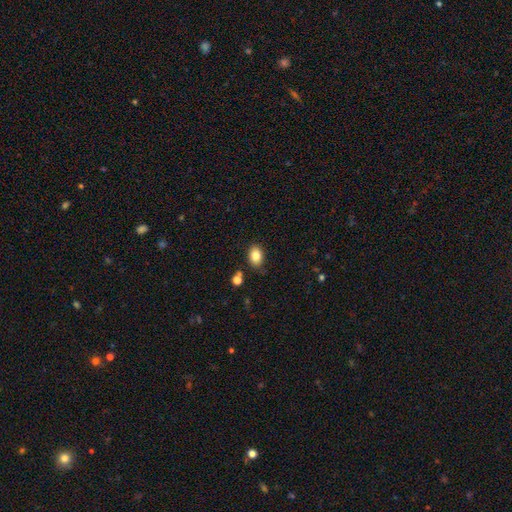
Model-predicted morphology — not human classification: smooth-or-featured: smooth: 84% | star or artifact: 9% | featured or disk: 7%
  how-rounded: in between: 80% | round: 19% | cigar-shaped: 1%
  merging: none: 81% | minor disturbance: 13% | merger: 3% | major disturbance: 3%